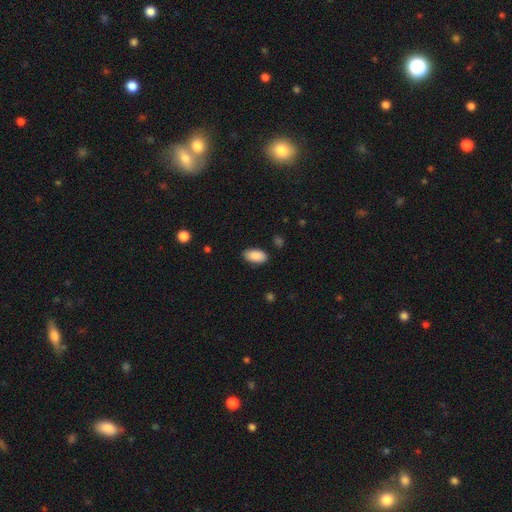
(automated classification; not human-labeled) Overall: smooth (90%). How rounded: in between (95%). Merging: none (85%).